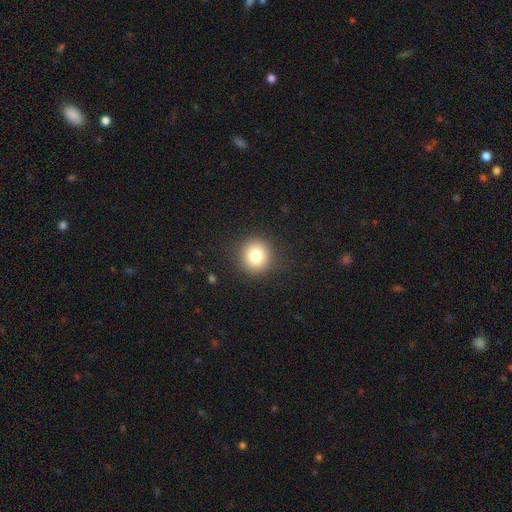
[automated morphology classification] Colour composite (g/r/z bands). It shows a smooth galaxy with no disk features (79%) that is round (91%). Merging: none (90%).